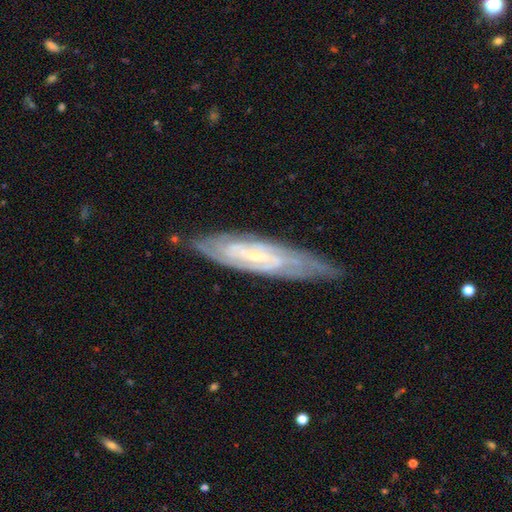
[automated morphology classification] This appears to be a featured or disk galaxy (82%) with a weak bar (42%), tight (64%) spiral arms (93%) and a small central bulge (76%). Merging: none (76%).